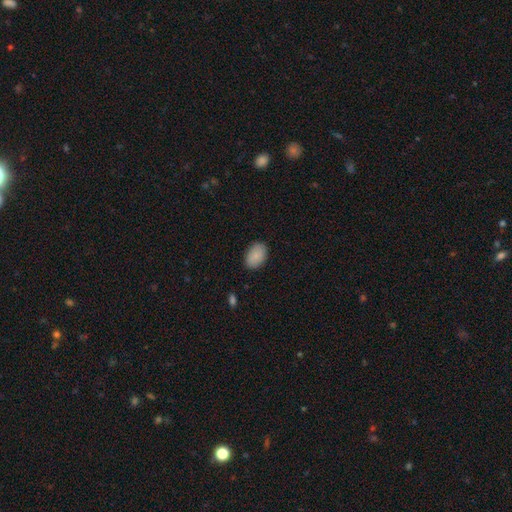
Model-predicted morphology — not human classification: type=smooth (89%); roundness=in between (87%); merging=none (87%).